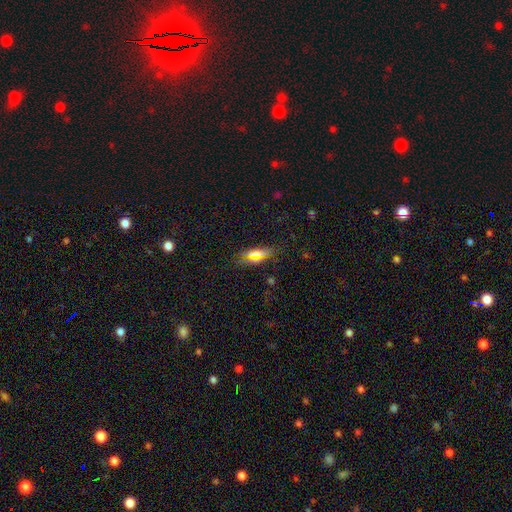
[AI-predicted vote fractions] Q: Smooth or featured?
A: smooth (64%); runner-up: star or artifact (19%)
Q: How rounded?
A: in between (66%); runner-up: cigar-shaped (30%)
Q: Merging?
A: none (83%); runner-up: minor disturbance (12%)